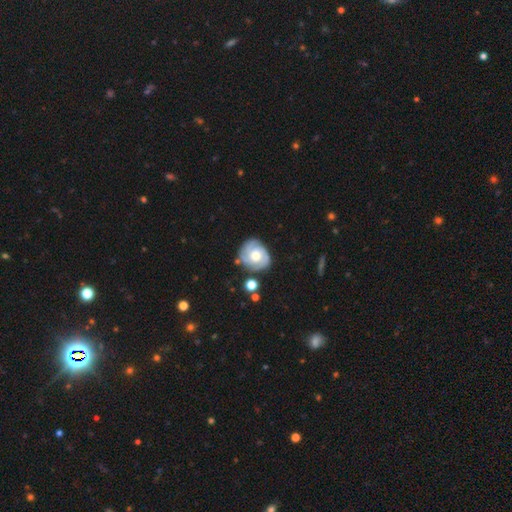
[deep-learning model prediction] Smooth or featured: featured or disk — 77% (smooth — 18%)
Edge-on disk: no — 98% (yes — 2%)
Bar: no — 74% (weak — 22%)
Spiral arms: yes — 92% (no — 8%)
Spiral winding: tight — 66% (medium — 27%)
Spiral arm count: 2 — 36% (3 — 31%)
Bulge size: moderate — 71% (small — 16%)
Merging: none — 75% (minor disturbance — 16%)